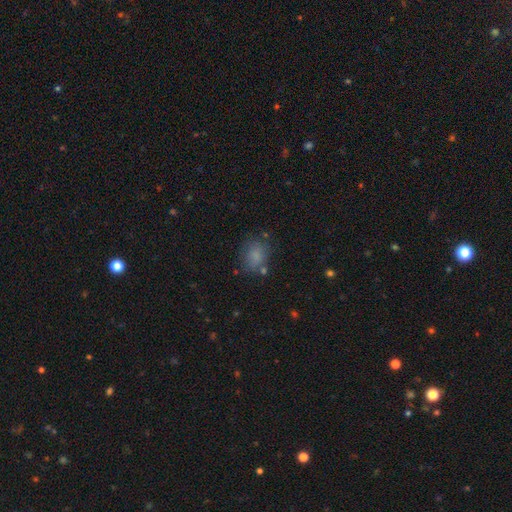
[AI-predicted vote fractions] This is likely a smooth galaxy (79%). How rounded: possibly in between (53%). Merging: likely none (67%).